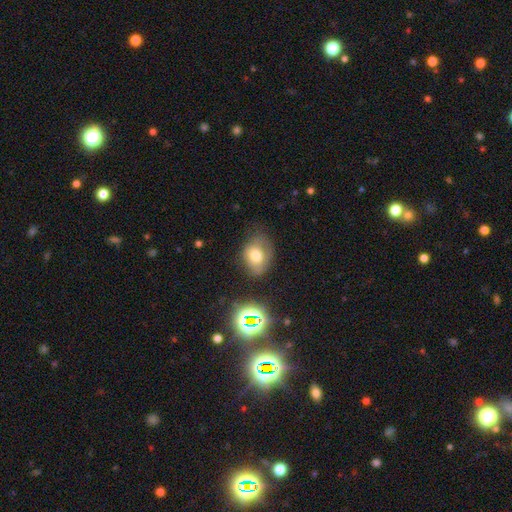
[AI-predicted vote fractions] Smooth or featured: smooth — 65% (featured or disk — 21%)
How rounded: in between — 68% (round — 31%)
Merging: none — 52% (minor disturbance — 31%)